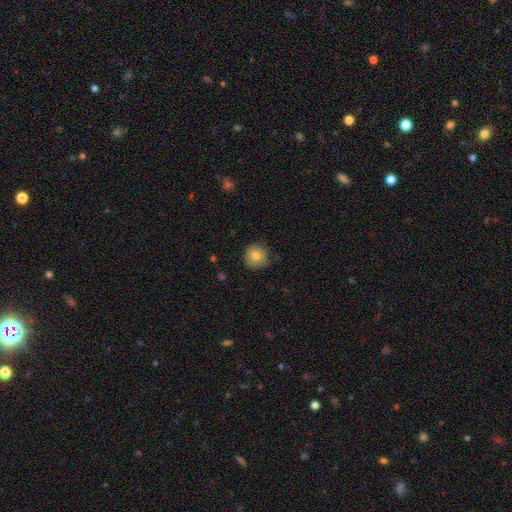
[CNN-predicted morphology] Smooth or featured? Predicted: smooth (p=0.78). How rounded? Predicted: round (p=0.92). Merging? Predicted: none (p=0.78).